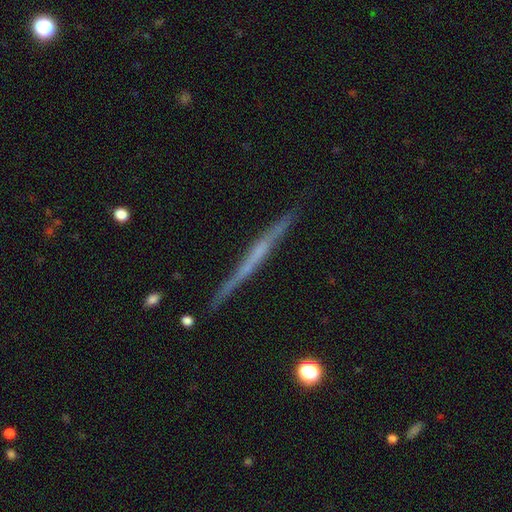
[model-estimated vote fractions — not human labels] Q: Smooth or featured?
A: featured or disk (65%); runner-up: smooth (28%)
Q: Edge-on disk?
A: yes (97%); runner-up: no (3%)
Q: Edge-on bulge?
A: none (81%); runner-up: rounded (12%)
Q: Merging?
A: none (88%); runner-up: minor disturbance (9%)